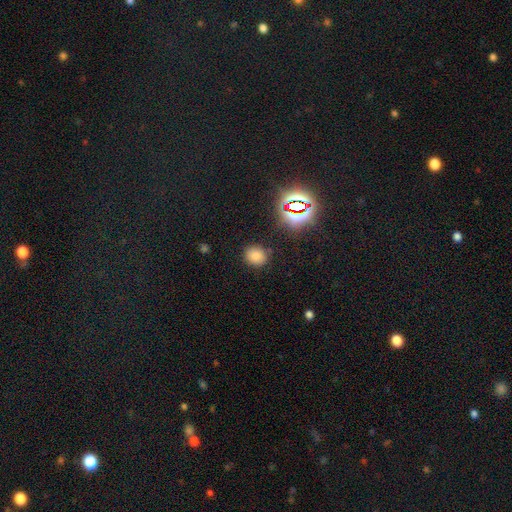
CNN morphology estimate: The model was most divided on "how rounded": round: 72%, in between: 27%, cigar-shaped: 1%. More confident: merging — none (85%); smooth or featured — smooth (74%).